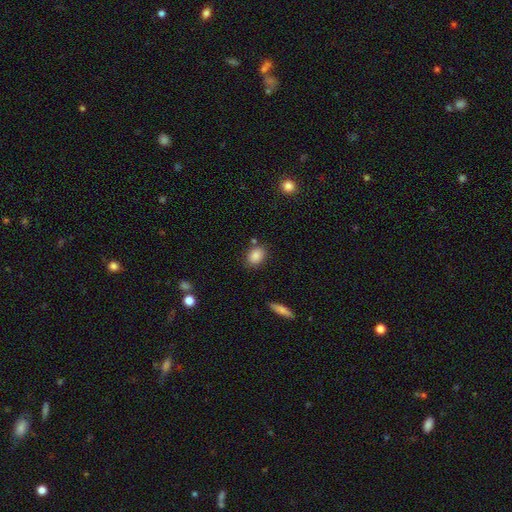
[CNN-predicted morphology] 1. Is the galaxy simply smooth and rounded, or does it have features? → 86% smooth, 8% star or artifact, 6% featured or disk.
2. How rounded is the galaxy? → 67% in between, 31% round, 2% cigar-shaped.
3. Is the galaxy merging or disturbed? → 79% none, 12% minor disturbance, 6% merger, 3% major disturbance.